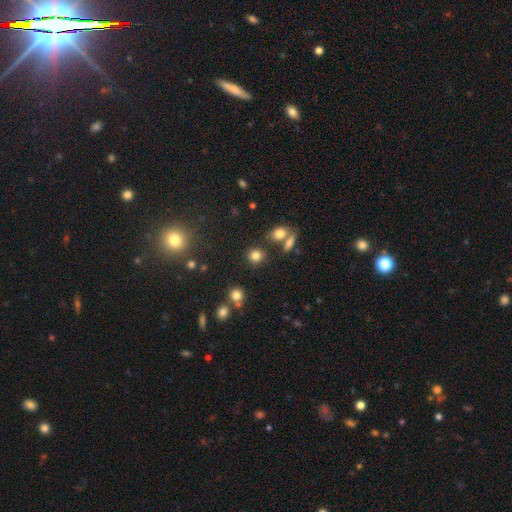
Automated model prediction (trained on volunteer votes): The model was most divided on "smooth or featured": smooth: 79%, star or artifact: 14%, featured or disk: 7%. More confident: how rounded — round (83%); merging — none (77%).